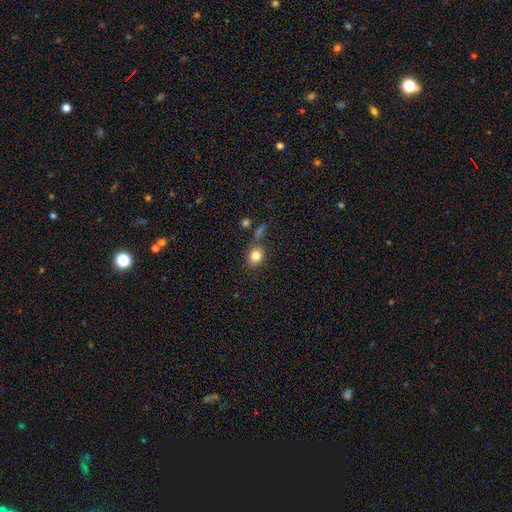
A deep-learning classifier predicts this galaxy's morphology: smooth-or-featured: smooth: 81% | star or artifact: 11% | featured or disk: 8%
  how-rounded: round: 64% | in between: 35% | cigar-shaped: 1%
  merging: none: 68% | minor disturbance: 15% | merger: 11% | major disturbance: 6%